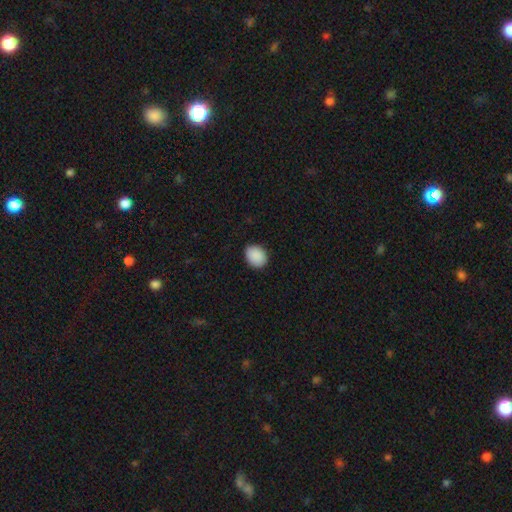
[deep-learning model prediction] This appears to be a smooth galaxy with no disk features (90%) that is in between round and cigar-shaped (59%). Merging: none (88%).